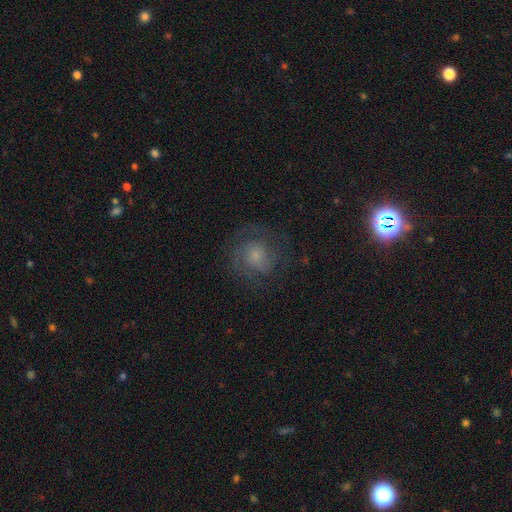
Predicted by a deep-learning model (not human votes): Q: Smooth or featured?
A: featured or disk (59%); runner-up: smooth (30%)
Q: Edge-on disk?
A: no (98%); runner-up: yes (2%)
Q: Bar?
A: no (73%); runner-up: weak (24%)
Q: Spiral arms?
A: yes (87%); runner-up: no (13%)
Q: Spiral winding?
A: medium (44%); runner-up: tight (42%)
Q: Spiral arm count?
A: 2 (45%); runner-up: can't tell (27%)
Q: Bulge size?
A: small (47%); runner-up: moderate (30%)
Q: Merging?
A: none (70%); runner-up: minor disturbance (16%)